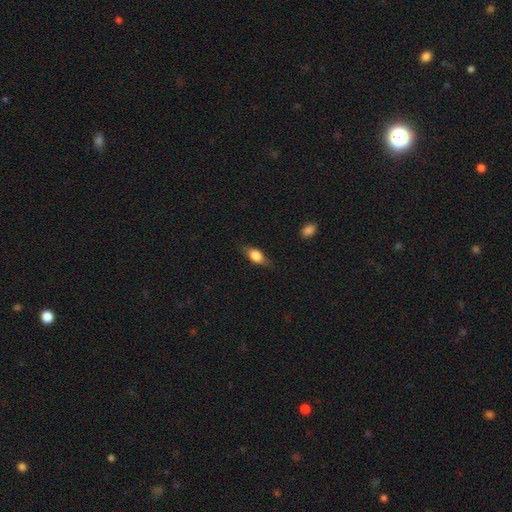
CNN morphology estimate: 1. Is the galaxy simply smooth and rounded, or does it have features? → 71% smooth, 22% featured or disk, 7% star or artifact.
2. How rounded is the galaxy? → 78% in between, 13% cigar-shaped, 9% round.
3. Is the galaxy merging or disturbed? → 73% none, 20% minor disturbance, 5% major disturbance, 1% merger.